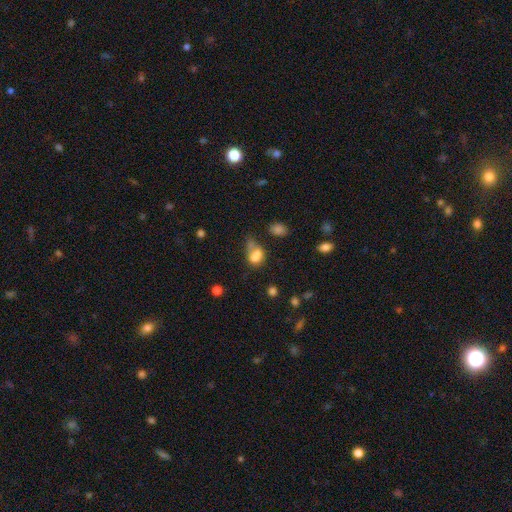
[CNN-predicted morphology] type=smooth (74%); roundness=in between (69%); merging=merger (40%).